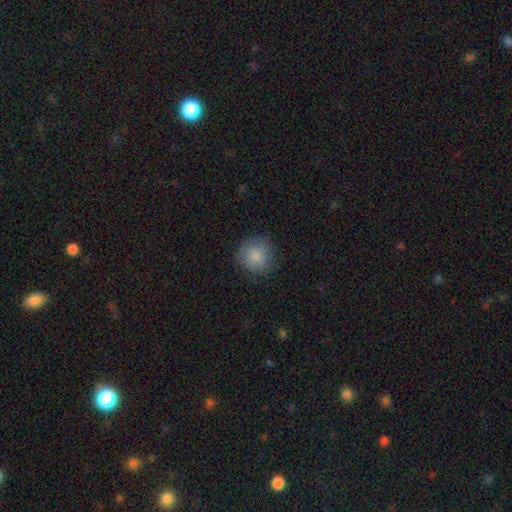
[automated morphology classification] type=smooth (86%); roundness=round (93%); merging=none (84%).